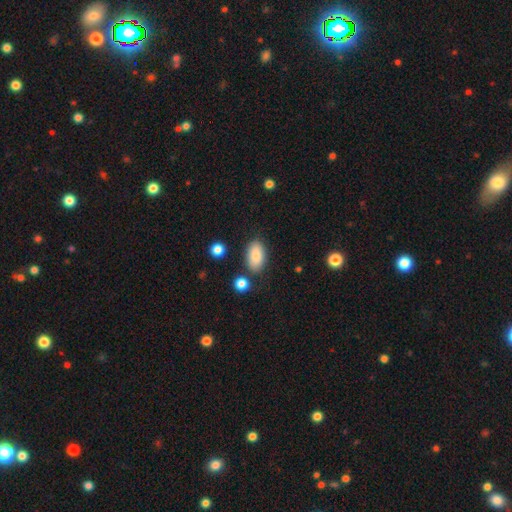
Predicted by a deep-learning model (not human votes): Smooth or featured?
  - smooth: 85% *
  - featured or disk: 8%
  - star or artifact: 7%
How rounded?
  - in between: 93% *
  - round: 5%
  - cigar-shaped: 2%
Merging?
  - none: 79% *
  - minor disturbance: 12%
  - merger: 6%
  - major disturbance: 3%